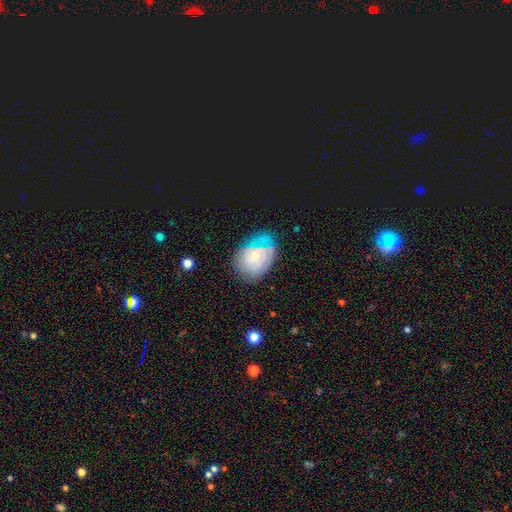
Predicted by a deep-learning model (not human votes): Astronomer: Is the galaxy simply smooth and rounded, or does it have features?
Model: featured or disk — 52% (runner-up: smooth, 38%).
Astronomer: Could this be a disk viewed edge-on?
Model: no — 96%.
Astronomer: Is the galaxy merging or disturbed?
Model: none — 58%.